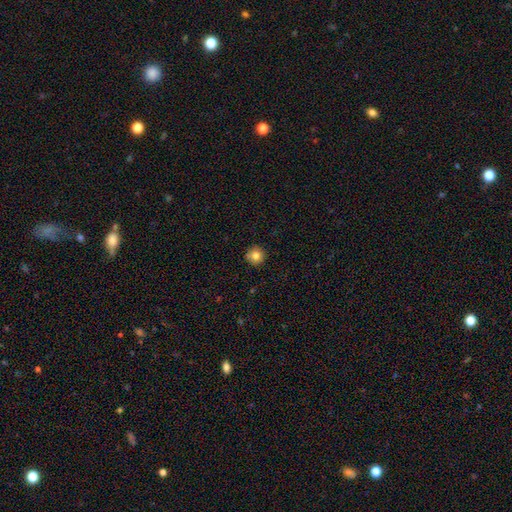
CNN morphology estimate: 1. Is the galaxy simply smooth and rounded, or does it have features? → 81% smooth, 10% star or artifact, 9% featured or disk.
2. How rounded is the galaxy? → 95% round, 4% in between, 1% cigar-shaped.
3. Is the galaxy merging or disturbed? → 90% none, 8% minor disturbance, 2% major disturbance, 1% merger.